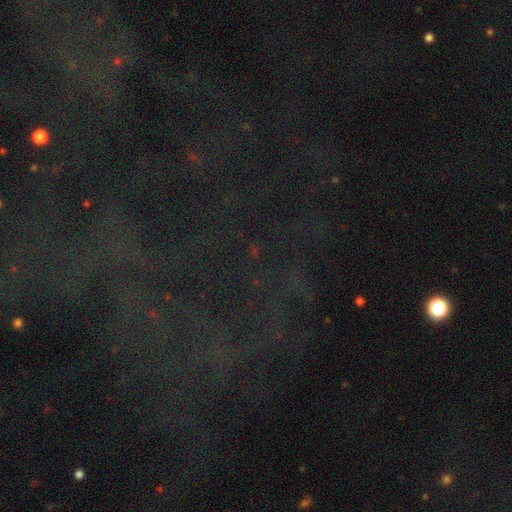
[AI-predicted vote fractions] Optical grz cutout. It shows a star or artifact, not a galaxy (73%).